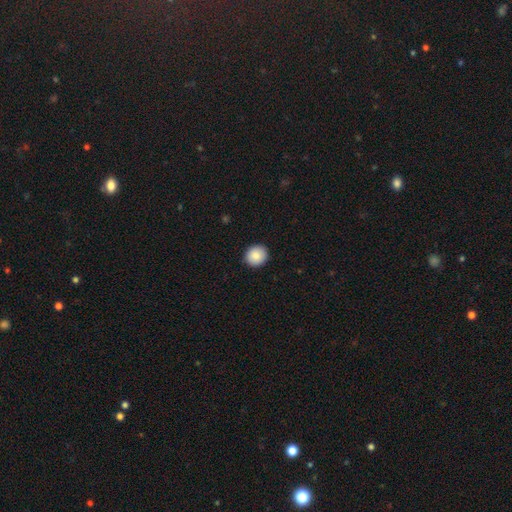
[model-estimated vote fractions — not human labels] Smooth or featured: smooth — 86% (star or artifact — 8%)
How rounded: round — 84% (in between — 15%)
Merging: none — 91% (minor disturbance — 7%)